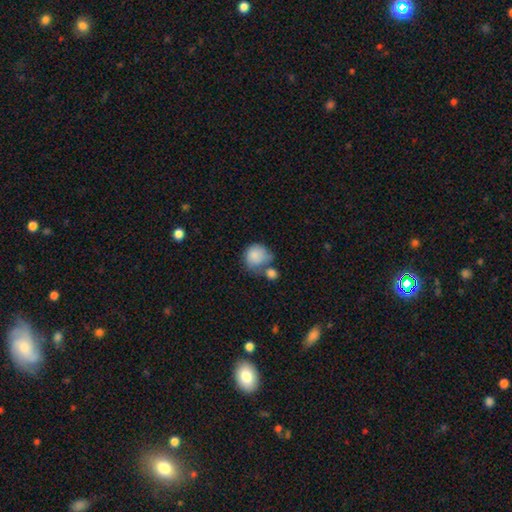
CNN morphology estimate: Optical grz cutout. It shows a smooth galaxy with no disk features (83%) that is round (78%). Merging: none (38%).